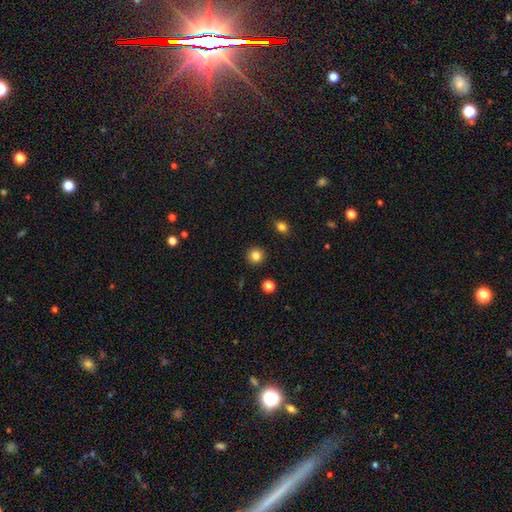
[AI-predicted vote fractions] Overall: smooth (84%). How rounded: round (93%). Merging: none (92%).